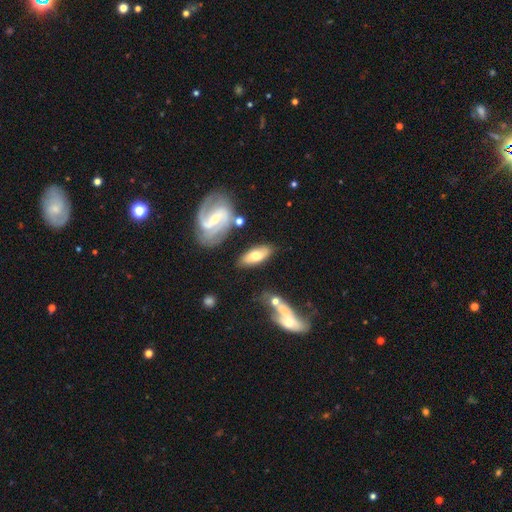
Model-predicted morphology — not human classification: This appears to be a smooth galaxy with no disk features (53%) that is in between round and cigar-shaped (80%). Merging: none (73%).